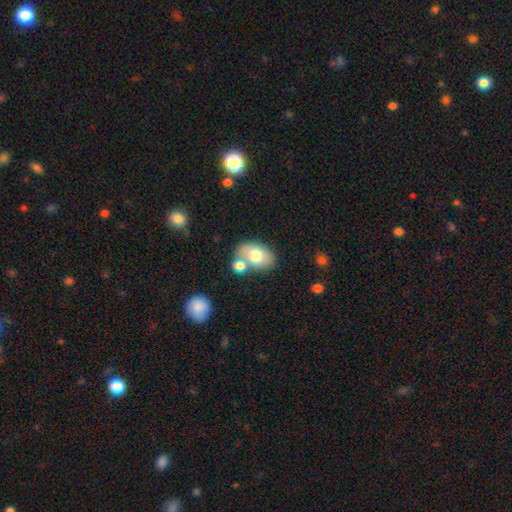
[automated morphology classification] The model was most divided on "merging": none: 53%, merger: 29%, minor disturbance: 13%, major disturbance: 4%. More confident: how rounded — in between (83%); smooth or featured — smooth (71%).